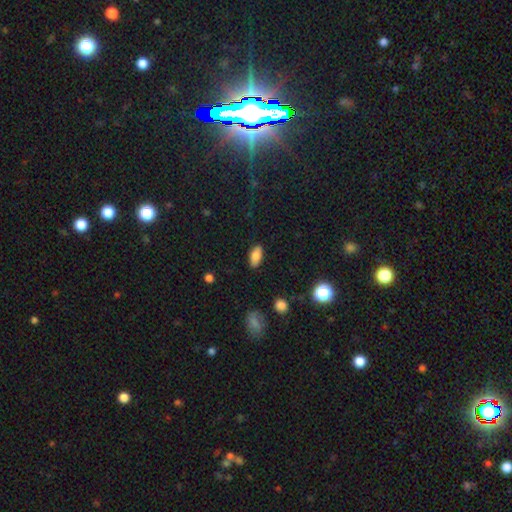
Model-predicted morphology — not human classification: The model was most divided on "smooth or featured": smooth: 80%, featured or disk: 12%, star or artifact: 9%. More confident: how rounded — in between (89%); merging — none (87%).